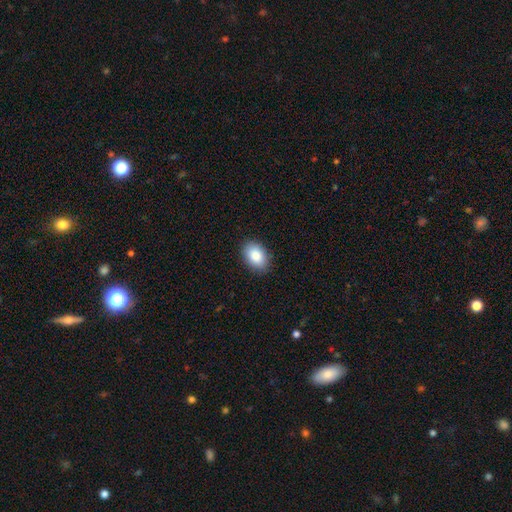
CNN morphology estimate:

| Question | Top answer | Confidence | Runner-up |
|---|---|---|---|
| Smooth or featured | smooth | 87% | star or artifact (7%) |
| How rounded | in between | 87% | round (12%) |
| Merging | none | 88% | minor disturbance (9%) |